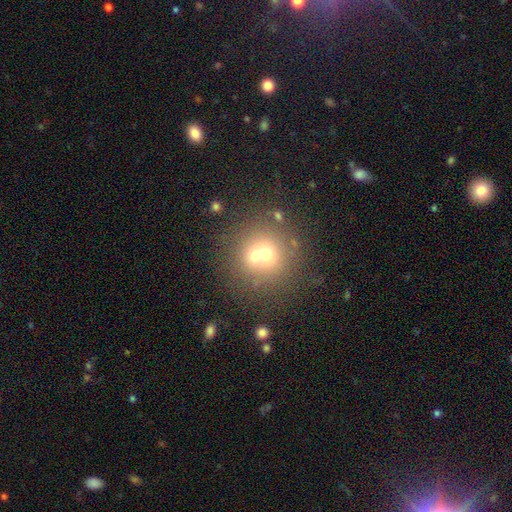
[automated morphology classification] A smooth galaxy with no disk features (61%) that is round (89%). Merging: merger (49%).